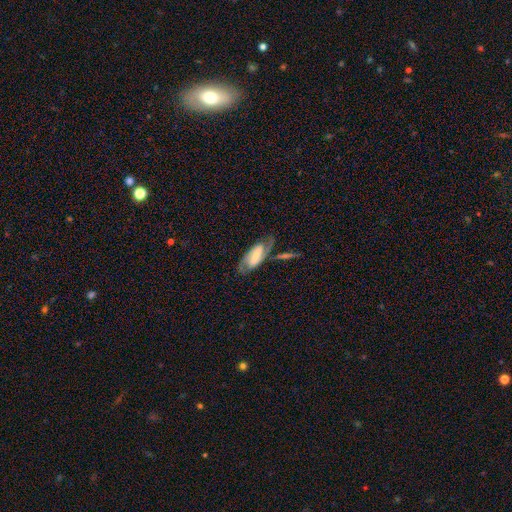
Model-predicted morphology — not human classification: type=featured or disk (70%); edge-on=no (92%); bar=strong (43%); spiral arms=yes (91%); winding=medium (50%); arm count=2 (86%); bulge=small (53%); merging=none (66%).